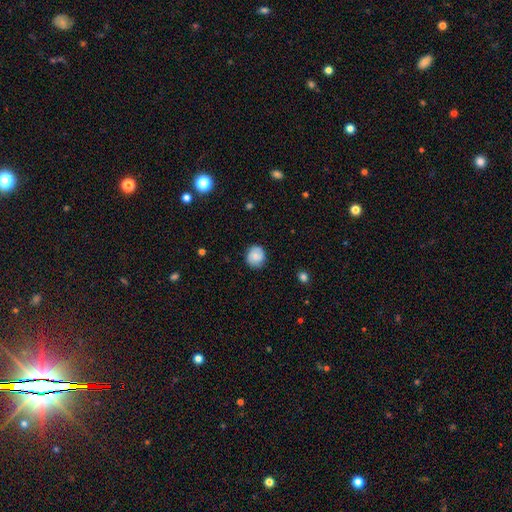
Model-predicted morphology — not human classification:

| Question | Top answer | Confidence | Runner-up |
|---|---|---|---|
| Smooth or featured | smooth | 65% | featured or disk (27%) |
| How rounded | round | 81% | in between (18%) |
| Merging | none | 81% | minor disturbance (14%) |